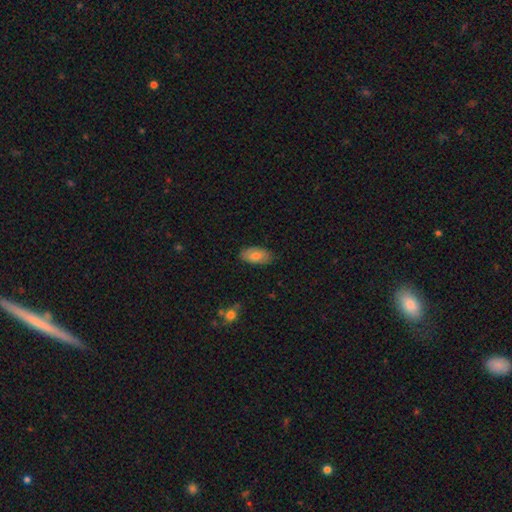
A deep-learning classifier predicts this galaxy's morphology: smooth_or_featured: smooth (p=0.76) [alt: featured or disk p=0.18]
how_rounded: in between (p=0.93) [alt: cigar-shaped p=0.03]
merging: none (p=0.82) [alt: minor disturbance p=0.15]